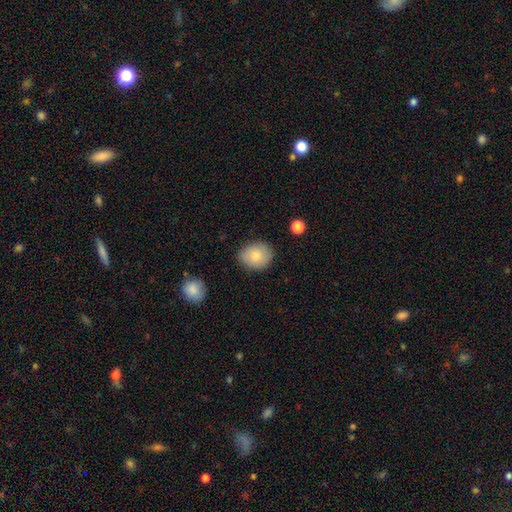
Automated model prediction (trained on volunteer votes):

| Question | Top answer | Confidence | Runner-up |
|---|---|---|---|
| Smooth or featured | smooth | 84% | featured or disk (9%) |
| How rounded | round | 59% | in between (40%) |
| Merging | none | 84% | minor disturbance (12%) |